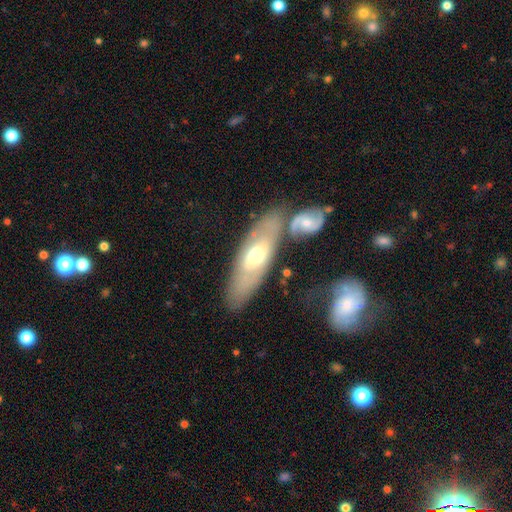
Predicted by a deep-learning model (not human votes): Smooth or featured: featured or disk — 51% (smooth — 43%)
Edge-on disk: no — 71% (yes — 29%)
Merging: none — 64% (merger — 18%)